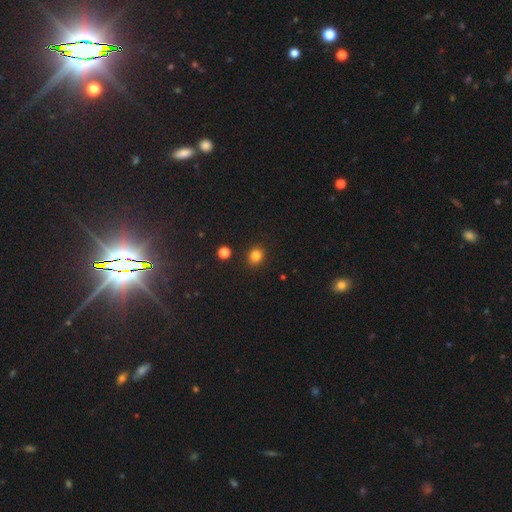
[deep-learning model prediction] Morphology: type=smooth (82%); roundness=round (78%); merging=none (90%).